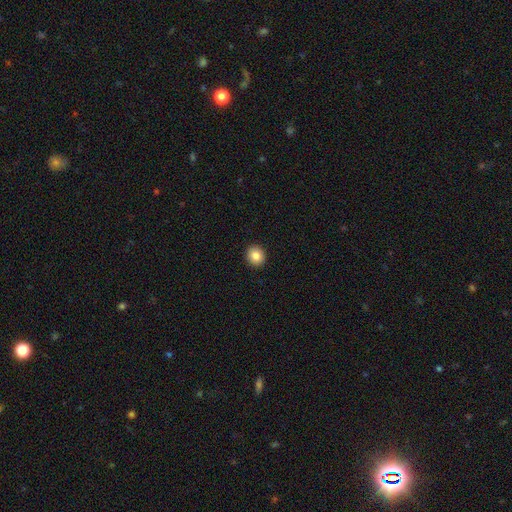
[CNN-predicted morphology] Smooth or featured: smooth — 85% (star or artifact — 9%)
How rounded: round — 85% (in between — 14%)
Merging: none — 93% (minor disturbance — 5%)